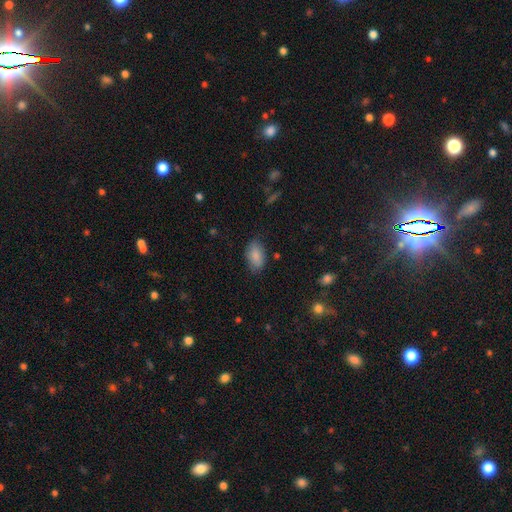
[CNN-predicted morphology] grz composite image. It shows a smooth galaxy with no disk features (86%) that is in between round and cigar-shaped (93%). Merging: none (77%).